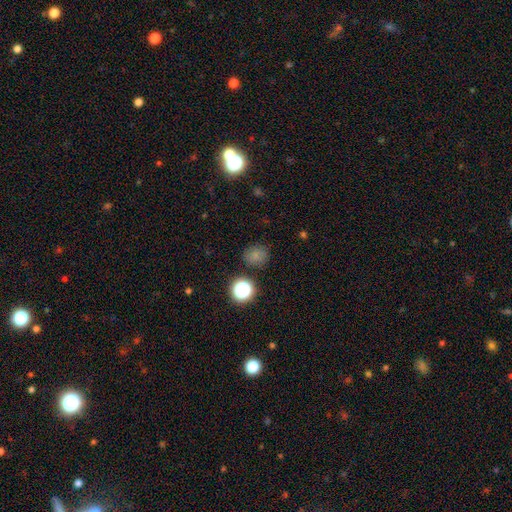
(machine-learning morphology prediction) The model was most divided on "how rounded": round: 72%, in between: 27%, cigar-shaped: 1%. More confident: merging — none (81%); smooth or featured — smooth (73%).